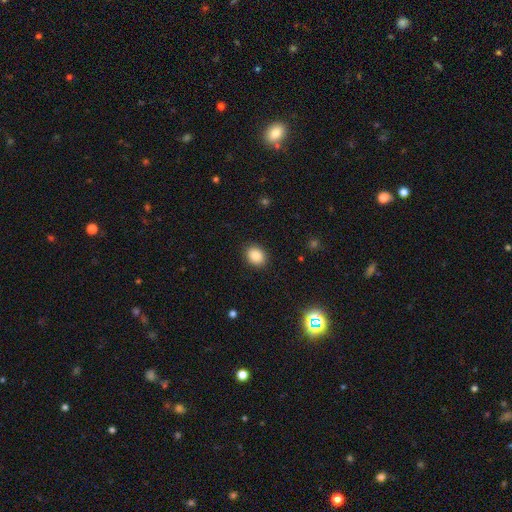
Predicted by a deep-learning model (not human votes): A smooth galaxy with no disk features (88%) that is round (54%).

Vote fractions:
- Smooth or featured? smooth: 88% / star or artifact: 9% / featured or disk: 3%
- How rounded? round: 54% / in between: 45% / cigar-shaped: 1%
- Merging? none: 89% / minor disturbance: 7% / major disturbance: 2% / merger: 1%